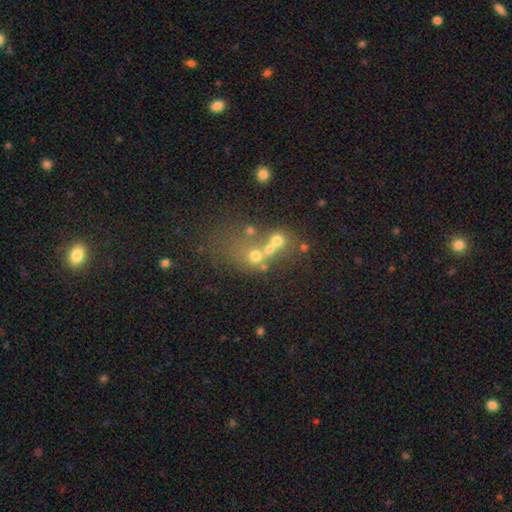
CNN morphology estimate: A smooth galaxy with no disk features (50%) that is round (65%). Merging: merger (50%).